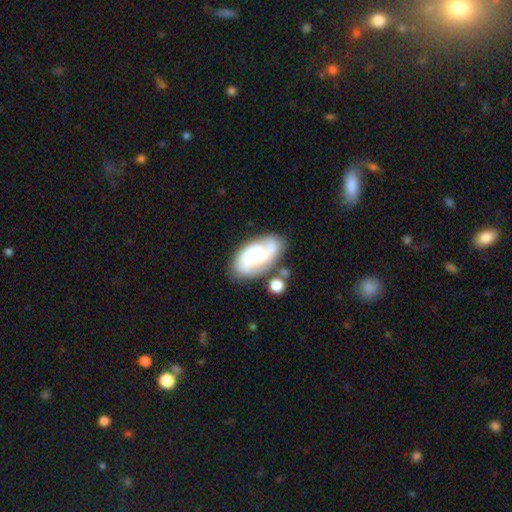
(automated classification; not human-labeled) This is possibly a featured or disk galaxy (54%). It is clearly not viewed edge-on (95%). Bar: likely no (66%). Spiral arm pattern: clearly yes (84%). Central bulge: marginally large (27%). Merging: possibly none (52%).